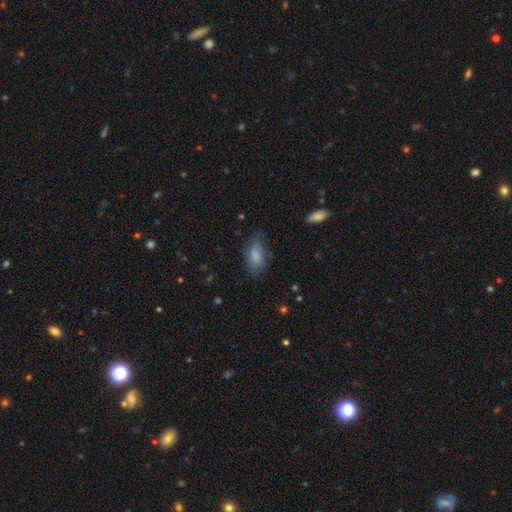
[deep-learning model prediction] Overall: smooth (79%). How rounded: in between (90%). Merging: none (68%).